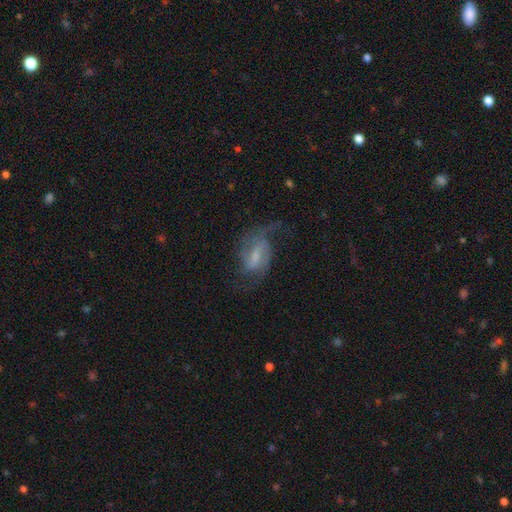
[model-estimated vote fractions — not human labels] A featured or disk galaxy (75%) with a weak bar (53%), 2 (79%) loose (45%) spiral arms (92%) and a small central bulge (44%).

Vote fractions:
- Smooth or featured? featured or disk: 75% / smooth: 17% / star or artifact: 8%
- Edge-on disk? no: 96% / yes: 4%
- Bar? weak: 53% / strong: 27% / no: 19%
- Spiral arms? yes: 92% / no: 8%
- Spiral winding? loose: 45% / medium: 42% / tight: 13%
- Spiral arm count? 2: 79% / can't tell: 9% / 1: 6% / 3: 4% / 4: 2% / more than 4: 2%
- Bulge size? small: 44% / moderate: 30% / none: 18% / large: 5% / dominant: 1%
- Merging? none: 56% / major disturbance: 24% / minor disturbance: 19% / merger: 2%